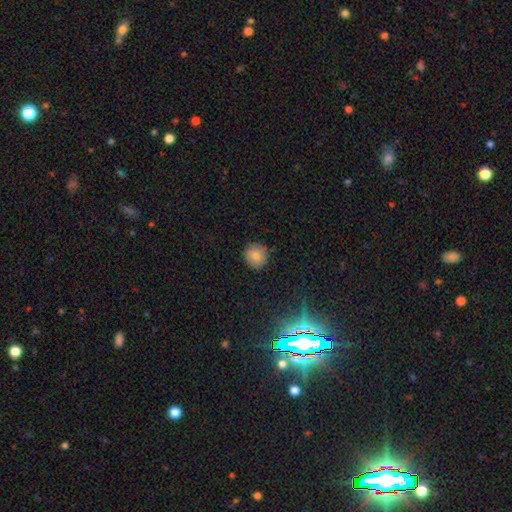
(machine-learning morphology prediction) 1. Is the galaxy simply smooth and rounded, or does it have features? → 80% smooth, 11% star or artifact, 9% featured or disk.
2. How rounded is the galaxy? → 88% round, 11% in between, 1% cigar-shaped.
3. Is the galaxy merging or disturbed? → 86% none, 10% minor disturbance, 2% major disturbance, 1% merger.